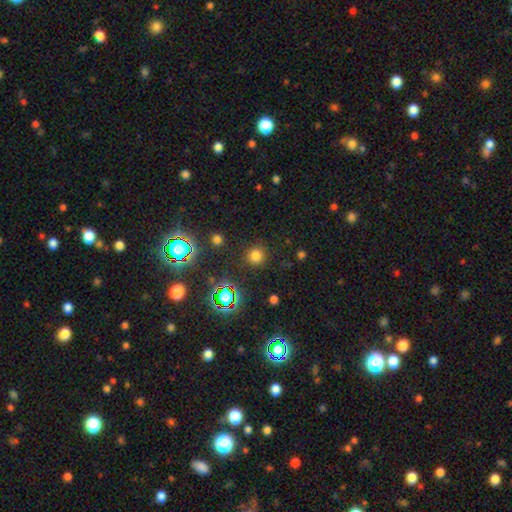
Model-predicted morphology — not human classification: smooth_or_featured: smooth (p=0.71) [alt: star or artifact p=0.23]
how_rounded: round (p=0.92) [alt: in between p=0.07]
merging: none (p=0.87) [alt: minor disturbance p=0.08]